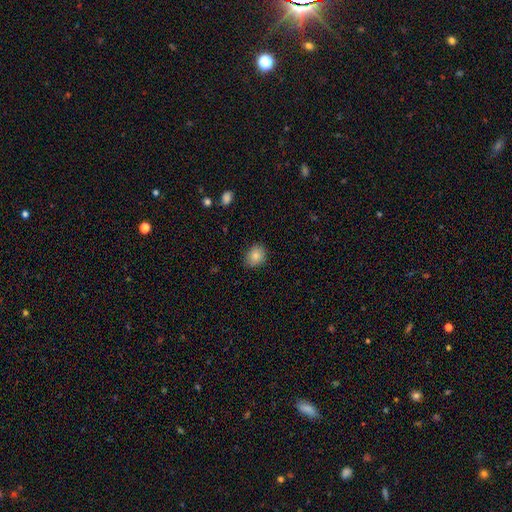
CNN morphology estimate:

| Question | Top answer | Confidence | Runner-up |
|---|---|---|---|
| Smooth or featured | smooth | 85% | star or artifact (9%) |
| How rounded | round | 54% | in between (45%) |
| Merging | none | 84% | minor disturbance (13%) |